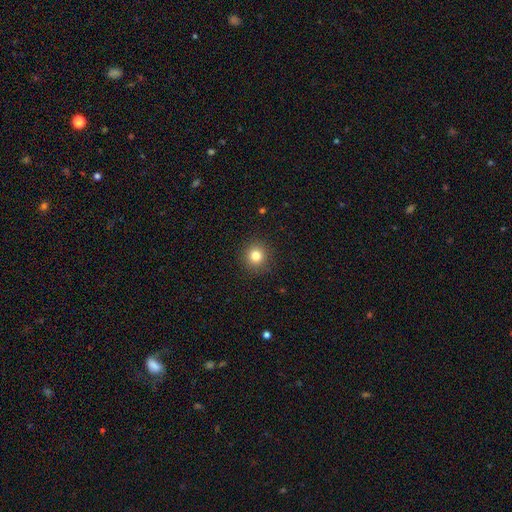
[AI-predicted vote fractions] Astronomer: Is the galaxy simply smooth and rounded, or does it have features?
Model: smooth — 82%.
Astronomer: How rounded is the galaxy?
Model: round — 92%.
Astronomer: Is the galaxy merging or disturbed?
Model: none — 91%.